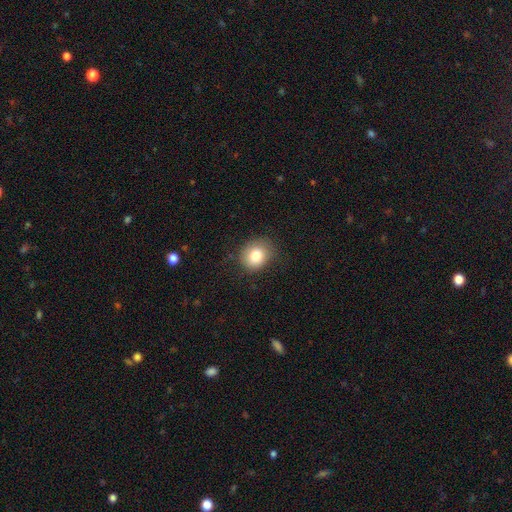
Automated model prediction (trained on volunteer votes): Smooth or featured: smooth — 81% (star or artifact — 10%)
How rounded: round — 67% (in between — 32%)
Merging: none — 79% (minor disturbance — 15%)